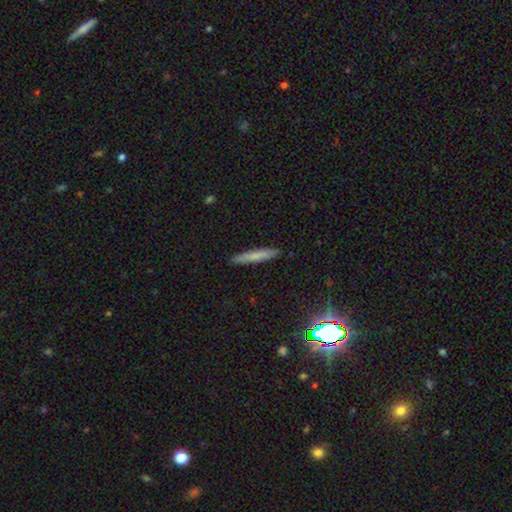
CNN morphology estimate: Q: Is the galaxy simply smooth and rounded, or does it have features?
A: smooth — 73%.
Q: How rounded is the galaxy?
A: cigar-shaped — 94%.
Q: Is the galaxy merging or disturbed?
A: none — 91%.